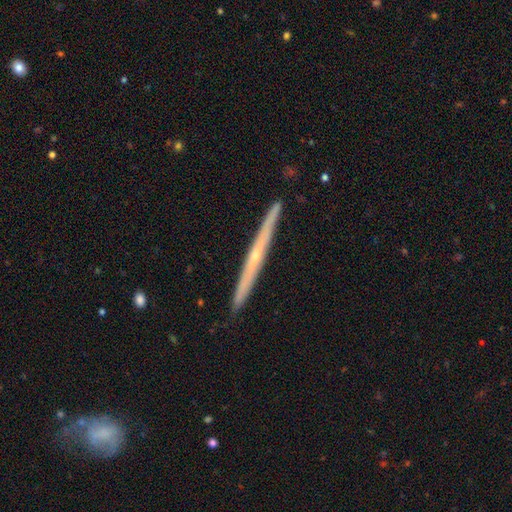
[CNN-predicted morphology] smooth-or-featured: featured or disk: 74% | smooth: 20% | star or artifact: 6%
  disk-edge-on: yes: 98% | no: 2%
    edge-on-bulge: rounded: 55% | none: 43% | boxy: 3%
  merging: none: 92% | minor disturbance: 6% | major disturbance: 1% | merger: 1%